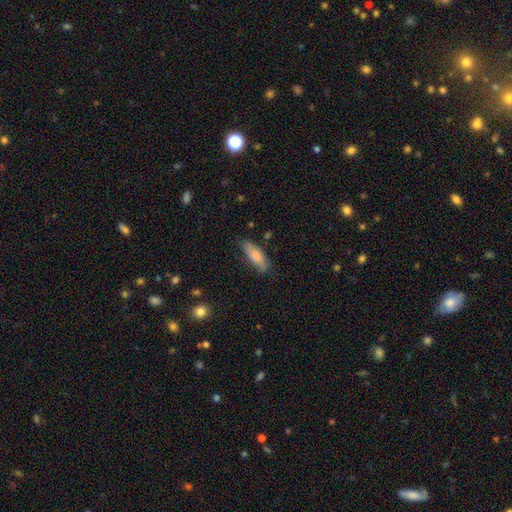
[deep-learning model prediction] Q: Smooth or featured?
A: smooth (79%); runner-up: featured or disk (15%)
Q: How rounded?
A: in between (64%); runner-up: cigar-shaped (34%)
Q: Merging?
A: none (75%); runner-up: minor disturbance (19%)